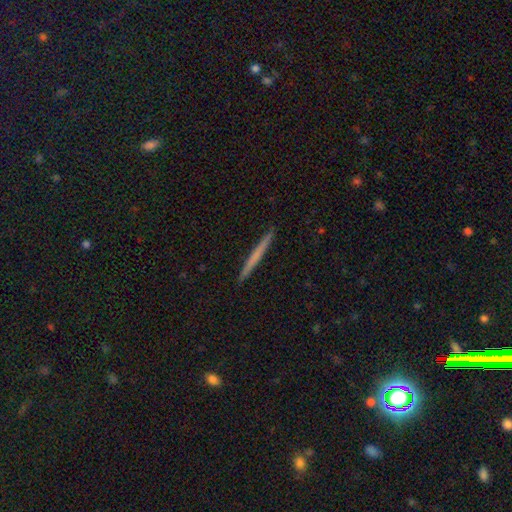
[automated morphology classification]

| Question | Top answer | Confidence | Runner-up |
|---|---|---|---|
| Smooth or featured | smooth | 56% | featured or disk (39%) |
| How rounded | cigar-shaped | 97% | in between (2%) |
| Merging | none | 93% | minor disturbance (5%) |